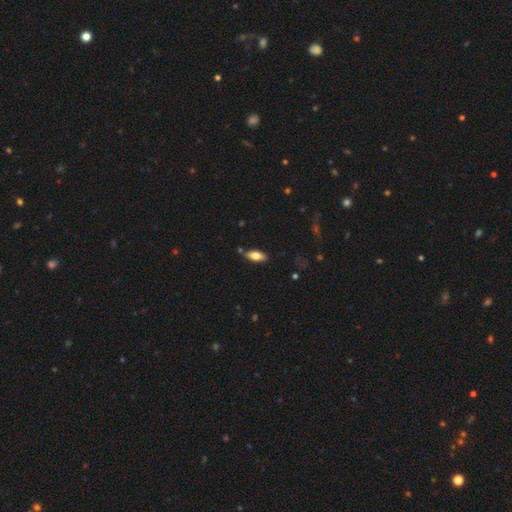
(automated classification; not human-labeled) smooth-or-featured: smooth: 76% | featured or disk: 17% | star or artifact: 7%
  how-rounded: in between: 85% | cigar-shaped: 13% | round: 2%
  merging: none: 82% | minor disturbance: 12% | merger: 3% | major disturbance: 2%